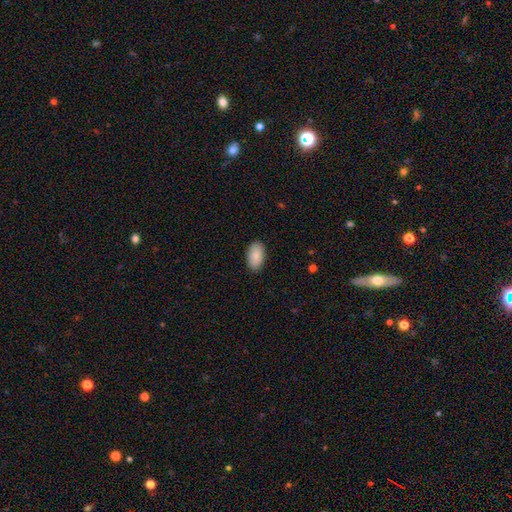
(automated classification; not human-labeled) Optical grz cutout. It shows a smooth galaxy with no disk features (88%) that is in between round and cigar-shaped (95%). Merging: none (88%).